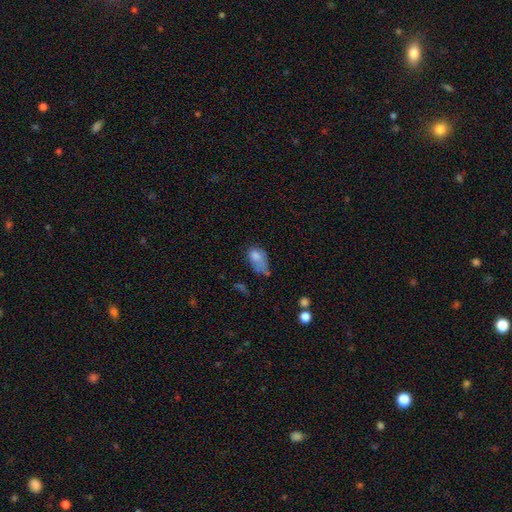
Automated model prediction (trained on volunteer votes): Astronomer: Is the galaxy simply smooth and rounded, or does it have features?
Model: smooth — 74%.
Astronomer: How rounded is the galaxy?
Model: in between — 83%.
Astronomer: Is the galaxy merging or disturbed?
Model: major disturbance — 34% (runner-up: minor disturbance, 32%).